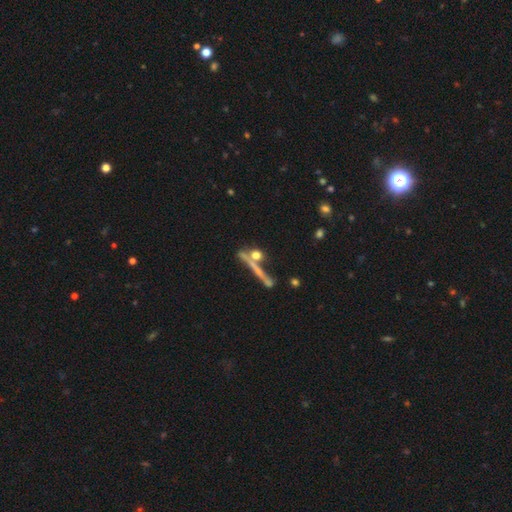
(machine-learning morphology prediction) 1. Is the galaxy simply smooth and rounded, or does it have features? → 51% smooth, 35% featured or disk, 14% star or artifact.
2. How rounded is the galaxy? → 47% cigar-shaped, 39% round, 15% in between.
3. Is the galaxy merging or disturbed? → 58% none, 22% merger, 12% minor disturbance, 8% major disturbance.